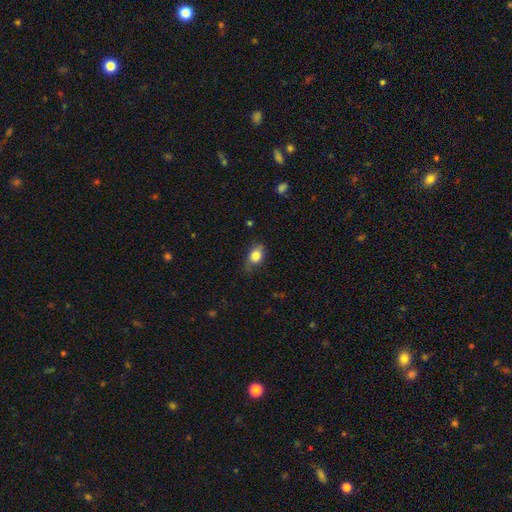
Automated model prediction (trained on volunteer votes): Morphology: type=smooth (81%); roundness=in between (68%); merging=none (64%).